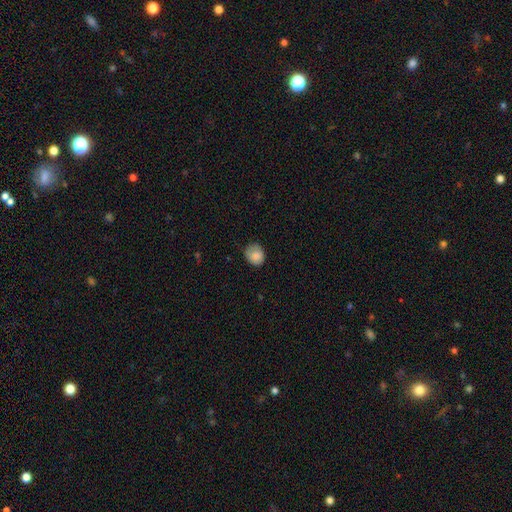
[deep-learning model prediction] This appears to be a smooth galaxy with no disk features (84%) that is round (68%). Merging: none (64%).